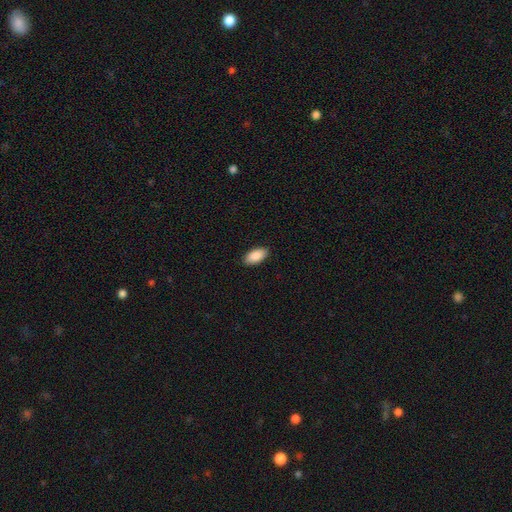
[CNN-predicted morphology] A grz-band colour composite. It shows a smooth galaxy with no disk features (90%) that is in between round and cigar-shaped (94%). Merging: none (89%).